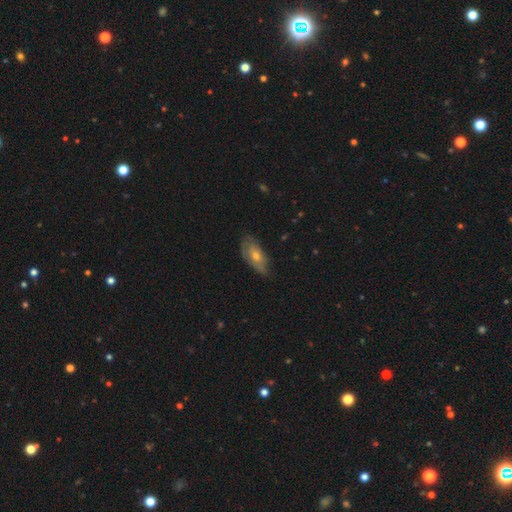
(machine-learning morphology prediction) This is possibly a smooth galaxy (53%). How rounded: clearly in between (85%). Merging: likely none (65%).